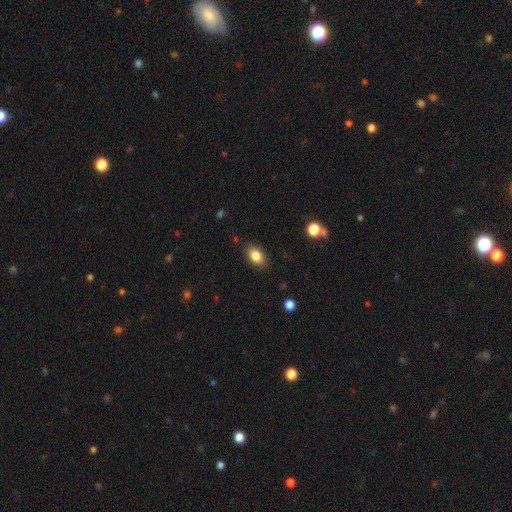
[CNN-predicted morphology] This is clearly a smooth galaxy (85%). How rounded: clearly in between (87%). Merging: clearly none (85%).